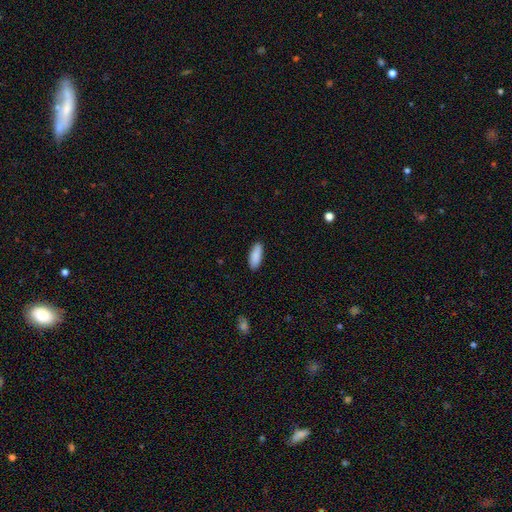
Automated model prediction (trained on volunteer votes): This is clearly a smooth galaxy (90%). How rounded: likely in between (74%). Merging: clearly none (88%).